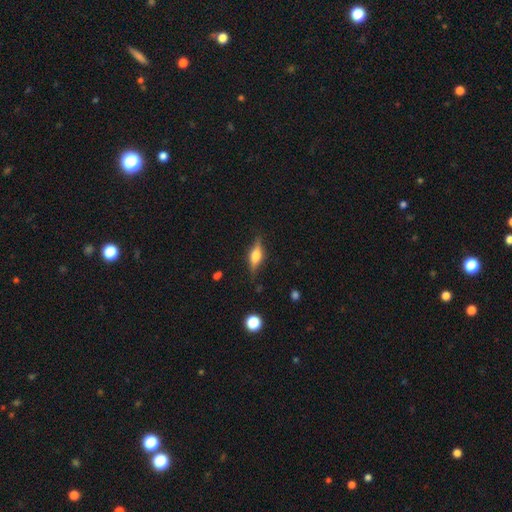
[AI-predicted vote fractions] Smooth or featured? featured or disk (56%)
Edge-on disk? yes (94%)
Edge-on bulge? rounded (89%)
Merging? none (83%)